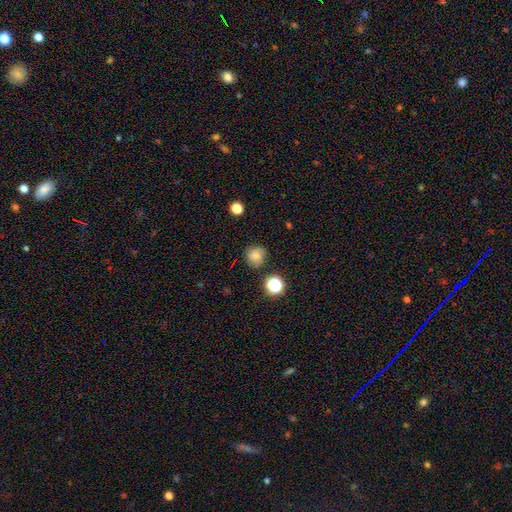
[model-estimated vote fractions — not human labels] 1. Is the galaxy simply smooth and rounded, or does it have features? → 70% smooth, 15% star or artifact, 15% featured or disk.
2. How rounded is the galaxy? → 89% round, 10% in between, 1% cigar-shaped.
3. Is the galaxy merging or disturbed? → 81% none, 13% minor disturbance, 4% major disturbance, 3% merger.